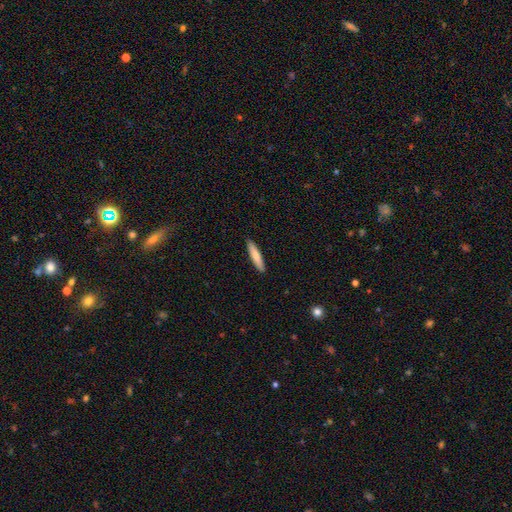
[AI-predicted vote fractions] smooth_or_featured: smooth (p=0.78) [alt: featured or disk p=0.17]
how_rounded: cigar-shaped (p=0.88) [alt: in between p=0.11]
merging: none (p=0.91) [alt: minor disturbance p=0.07]